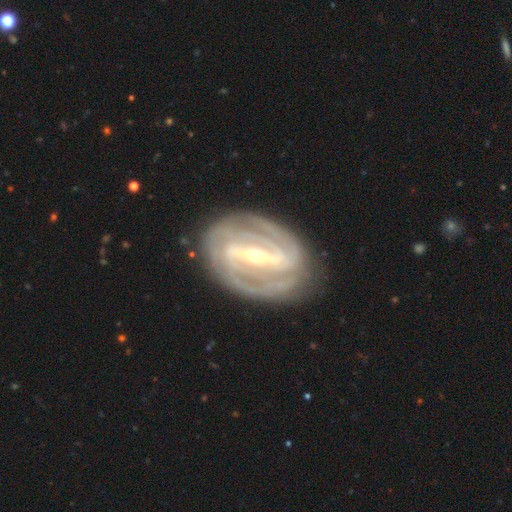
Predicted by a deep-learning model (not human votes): Smooth or featured: featured or disk — 91% (smooth — 5%)
Edge-on disk: no — 95% (yes — 5%)
Bar: strong — 79% (weak — 16%)
Spiral arms: yes — 95% (no — 5%)
Spiral winding: tight — 70% (medium — 25%)
Spiral arm count: 2 — 45% (3 — 19%)
Bulge size: small — 57% (moderate — 40%)
Merging: none — 82% (minor disturbance — 13%)